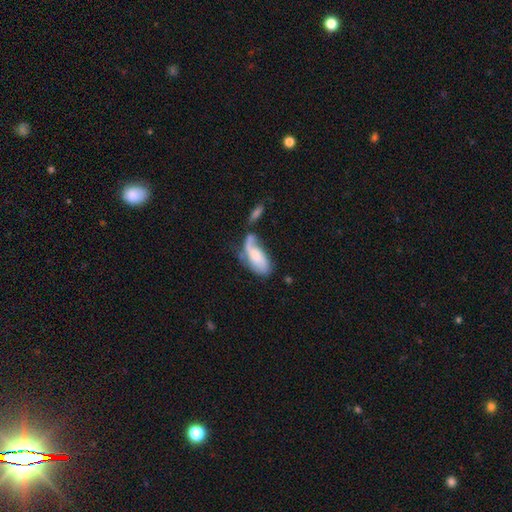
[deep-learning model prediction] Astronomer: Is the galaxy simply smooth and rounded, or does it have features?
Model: smooth — 48% (runner-up: featured or disk, 45%).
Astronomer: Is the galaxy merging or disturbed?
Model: none — 29% (runner-up: major disturbance, 26%).